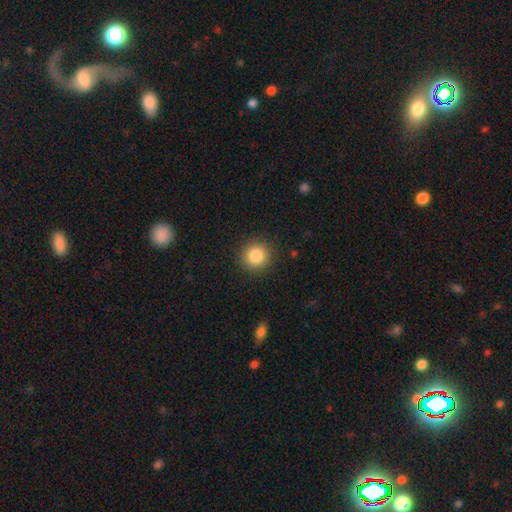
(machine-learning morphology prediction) This is clearly a smooth galaxy (86%). How rounded: clearly round (93%). Merging: clearly none (90%).